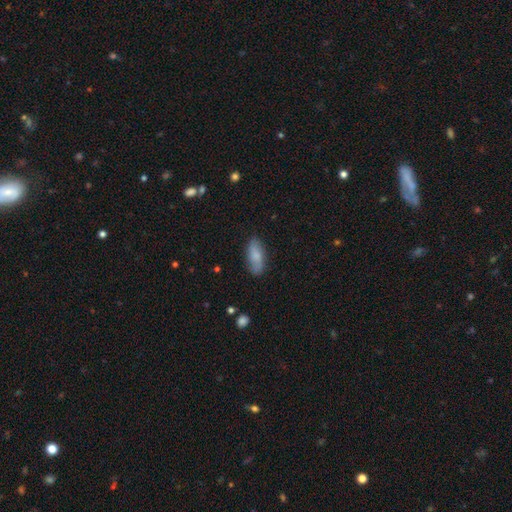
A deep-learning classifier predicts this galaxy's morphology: Smooth or featured: smooth — 78% (featured or disk — 16%)
How rounded: in between — 78% (cigar-shaped — 20%)
Merging: none — 80% (minor disturbance — 15%)